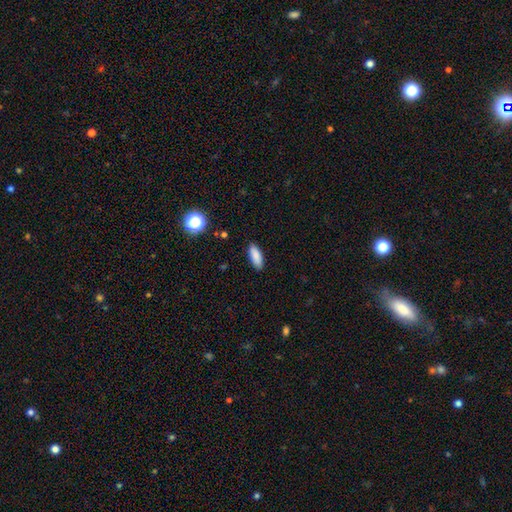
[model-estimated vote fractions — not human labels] This appears to be a smooth galaxy with no disk features (87%) that is in between round and cigar-shaped (75%). Merging: none (89%).